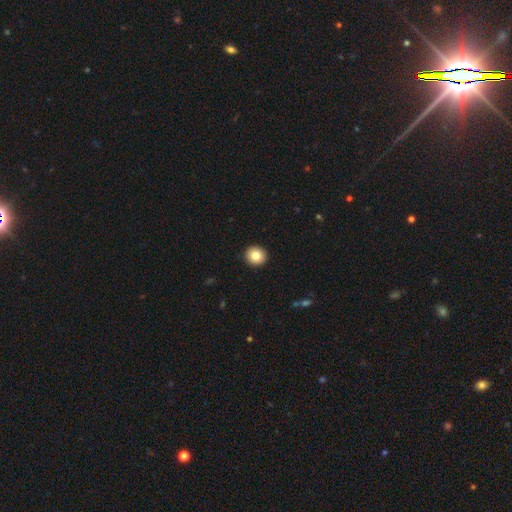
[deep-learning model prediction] Morphology: type=smooth (84%); roundness=round (90%); merging=none (93%).